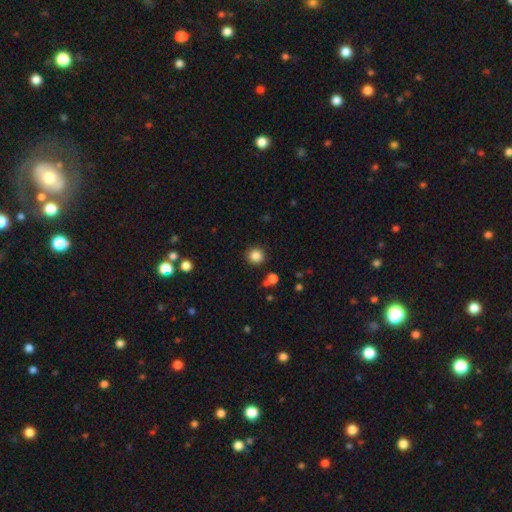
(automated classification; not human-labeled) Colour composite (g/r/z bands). It shows a smooth galaxy with no disk features (85%) that is round (94%). Merging: none (89%).